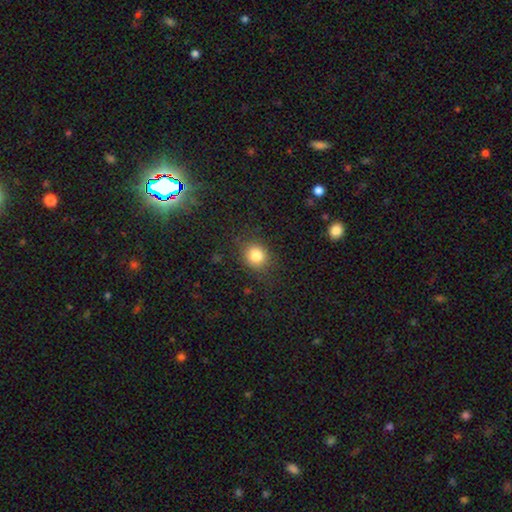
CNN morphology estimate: type=smooth (82%); roundness=round (78%); merging=none (84%).